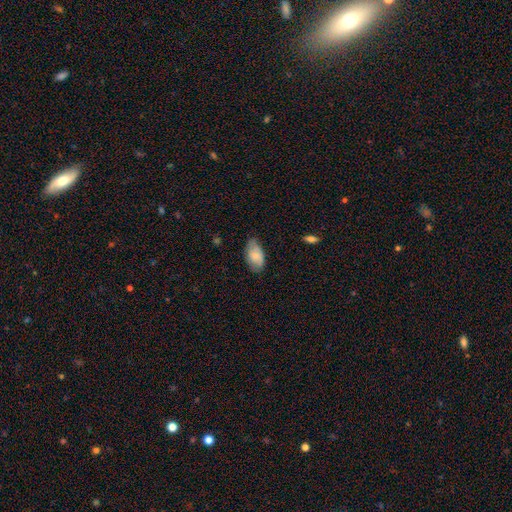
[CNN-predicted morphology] This appears to be a smooth galaxy with no disk features (75%) that is in between round and cigar-shaped (94%). Merging: none (65%).